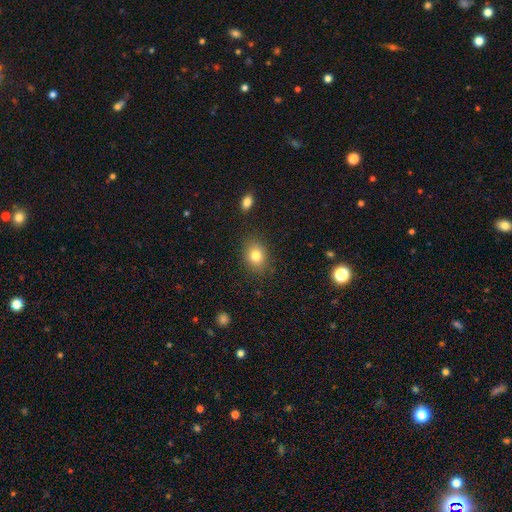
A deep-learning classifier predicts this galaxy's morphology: smooth_or_featured: smooth (p=0.80) [alt: star or artifact p=0.11]
how_rounded: round (p=0.50) [alt: in between p=0.49]
merging: none (p=0.85) [alt: minor disturbance p=0.11]